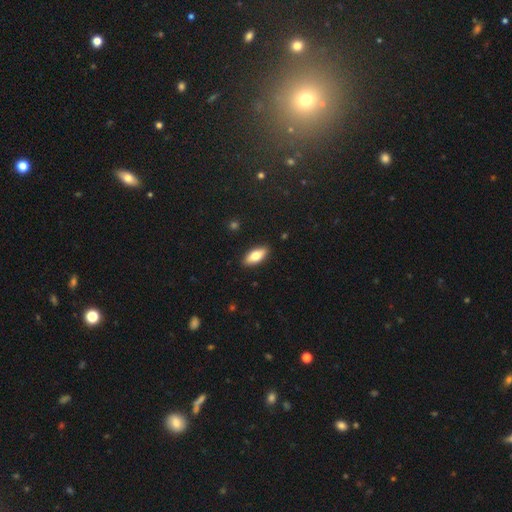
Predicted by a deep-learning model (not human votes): A smooth galaxy with no disk features (74%) that is in between round and cigar-shaped (79%).

Vote fractions:
- Smooth or featured? smooth: 74% / featured or disk: 20% / star or artifact: 6%
- How rounded? in between: 79% / cigar-shaped: 19% / round: 3%
- Merging? none: 89% / minor disturbance: 8% / major disturbance: 2% / merger: 1%